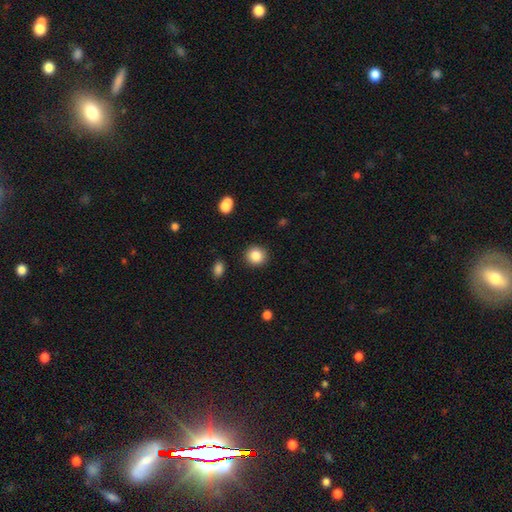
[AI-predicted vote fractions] The model was most divided on "smooth or featured": smooth: 86%, star or artifact: 9%, featured or disk: 5%. More confident: merging — none (90%); how rounded — round (88%).